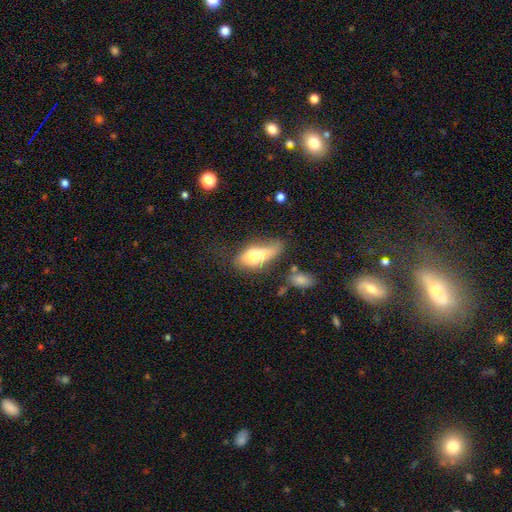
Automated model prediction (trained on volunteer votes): Smooth or featured? smooth (61%)
How rounded? in between (81%)
Merging? none (30%)